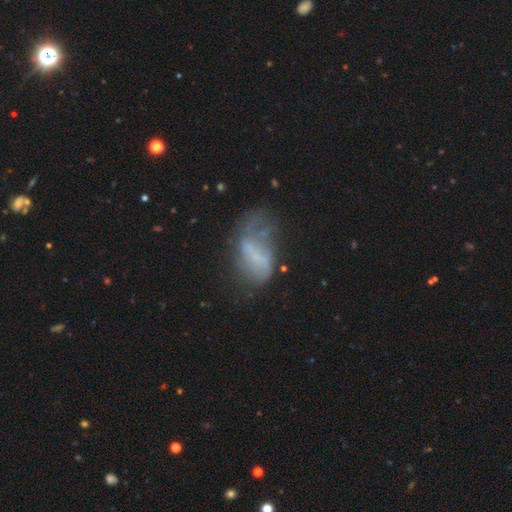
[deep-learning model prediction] A featured or disk galaxy (50%). Merging: major disturbance (39%).